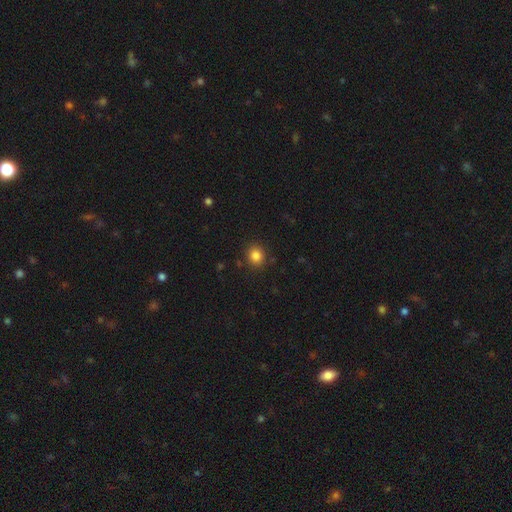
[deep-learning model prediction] Smooth or featured? Predicted: smooth (p=0.84). How rounded? Predicted: round (p=0.81). Merging? Predicted: none (p=0.88).